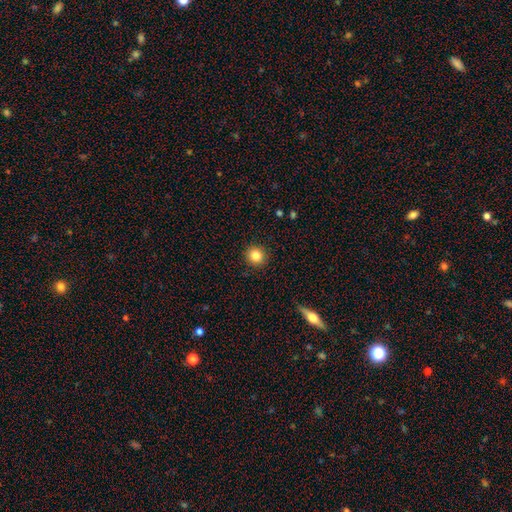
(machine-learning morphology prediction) smooth-or-featured: smooth: 84% | star or artifact: 10% | featured or disk: 6%
  how-rounded: round: 92% | in between: 7% | cigar-shaped: 1%
  merging: none: 92% | minor disturbance: 5% | major disturbance: 2% | merger: 1%